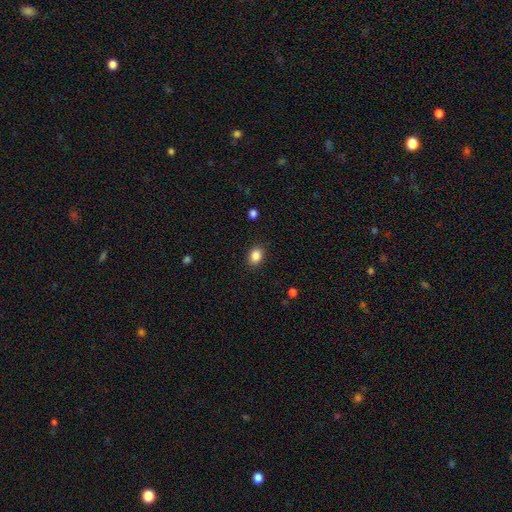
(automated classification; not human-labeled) Smooth or featured? smooth (86%)
How rounded? in between (58%)
Merging? none (89%)